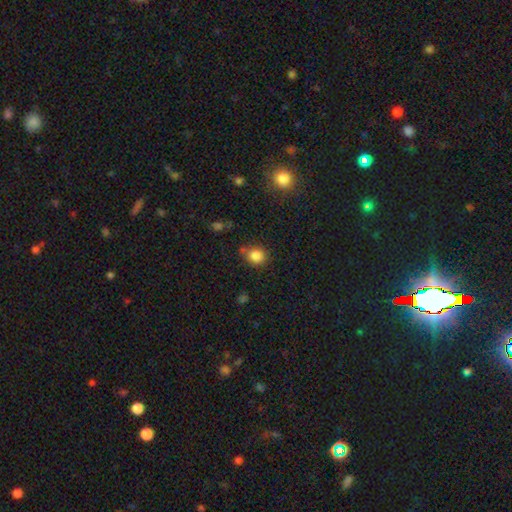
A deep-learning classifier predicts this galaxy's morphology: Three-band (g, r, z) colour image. It shows a smooth galaxy with no disk features (84%) that is round (81%). Merging: none (72%).